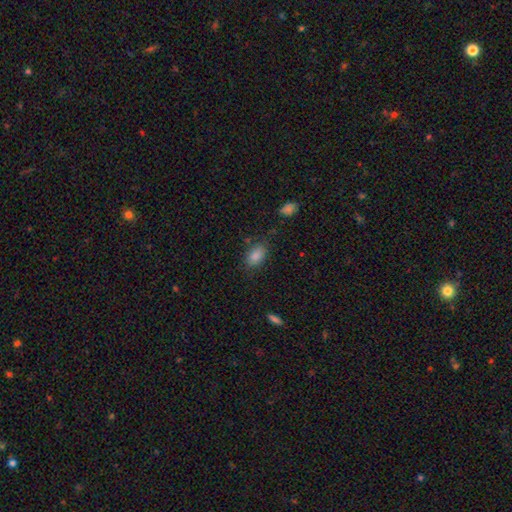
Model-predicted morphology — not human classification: Overall: smooth (86%). How rounded: in between (88%). Merging: none (77%).